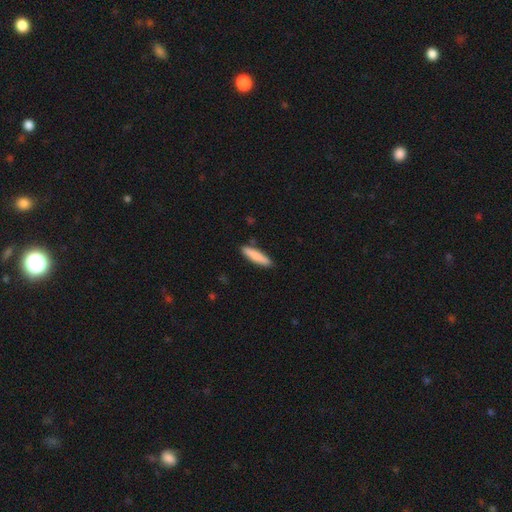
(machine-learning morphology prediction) Smooth or featured?
  - smooth: 81% *
  - featured or disk: 13%
  - star or artifact: 5%
How rounded?
  - cigar-shaped: 78% *
  - in between: 20%
  - round: 1%
Merging?
  - none: 87% *
  - minor disturbance: 10%
  - merger: 2%
  - major disturbance: 2%